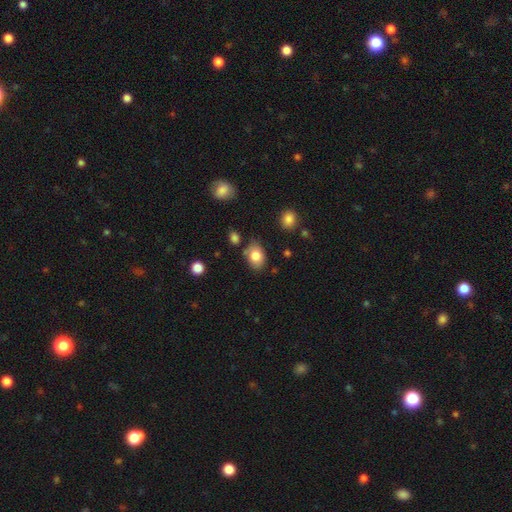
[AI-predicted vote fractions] smooth_or_featured: smooth (p=0.81) [alt: featured or disk p=0.11]
how_rounded: in between (p=0.76) [alt: round p=0.23]
merging: none (p=0.74) [alt: minor disturbance p=0.17]